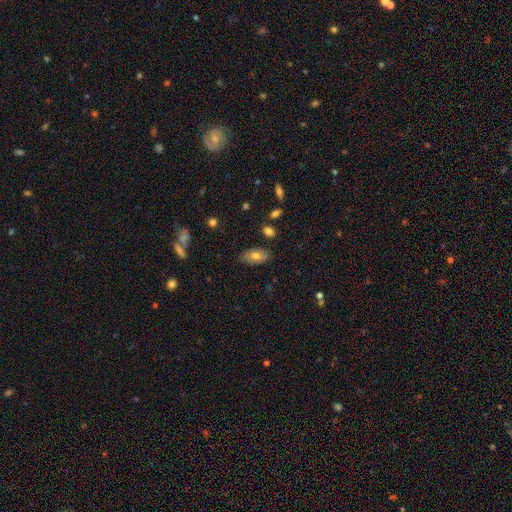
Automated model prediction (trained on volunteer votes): Q: Smooth or featured?
A: smooth (65%); runner-up: featured or disk (27%)
Q: How rounded?
A: in between (92%); runner-up: round (5%)
Q: Merging?
A: none (78%); runner-up: minor disturbance (17%)